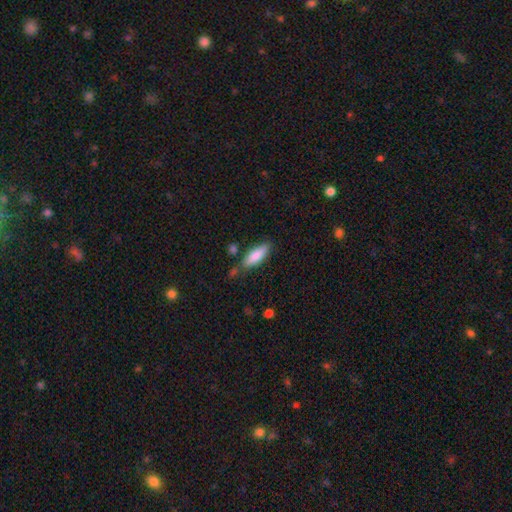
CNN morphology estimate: smooth-or-featured: smooth: 84% | featured or disk: 10% | star or artifact: 6%
  how-rounded: in between: 60% | cigar-shaped: 38% | round: 2%
  merging: none: 69% | minor disturbance: 19% | merger: 8% | major disturbance: 5%